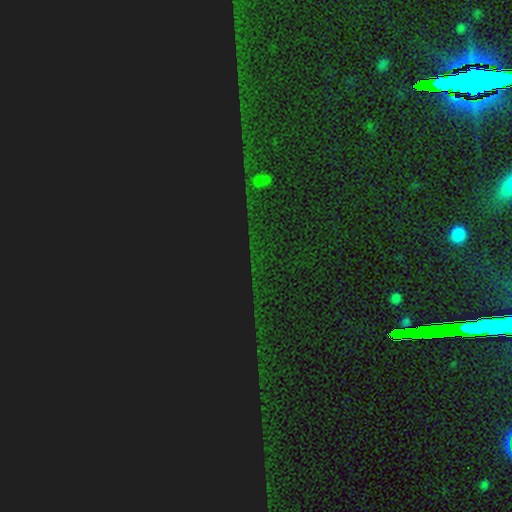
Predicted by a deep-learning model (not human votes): Smooth or featured? Predicted: star or artifact (p=0.86).